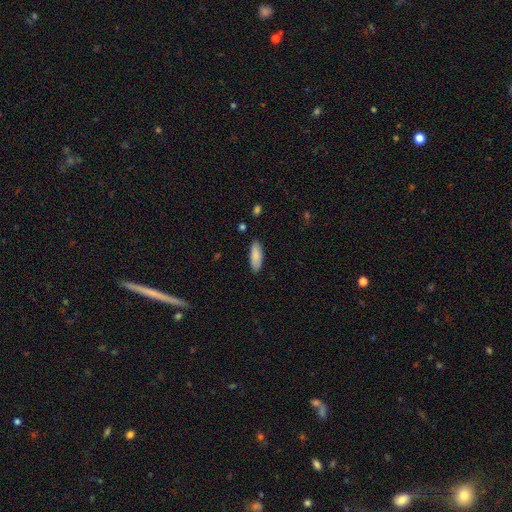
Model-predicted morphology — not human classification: smooth-or-featured: smooth: 87% | featured or disk: 7% | star or artifact: 6%
  how-rounded: in between: 63% | cigar-shaped: 35% | round: 1%
  merging: none: 87% | minor disturbance: 10% | major disturbance: 2% | merger: 1%